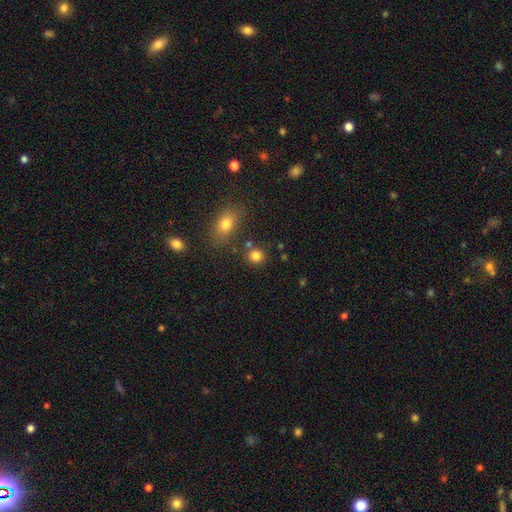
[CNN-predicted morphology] Overall: smooth (82%). How rounded: round (84%). Merging: none (78%).